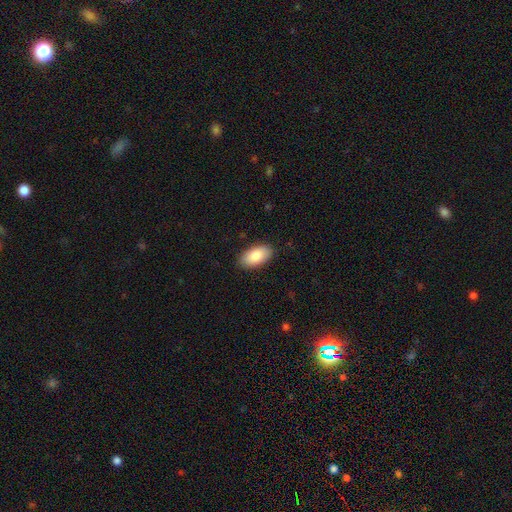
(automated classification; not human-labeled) smooth_or_featured: smooth (p=0.86) [alt: featured or disk p=0.09]
how_rounded: in between (p=0.95) [alt: cigar-shaped p=0.03]
merging: none (p=0.88) [alt: minor disturbance p=0.10]